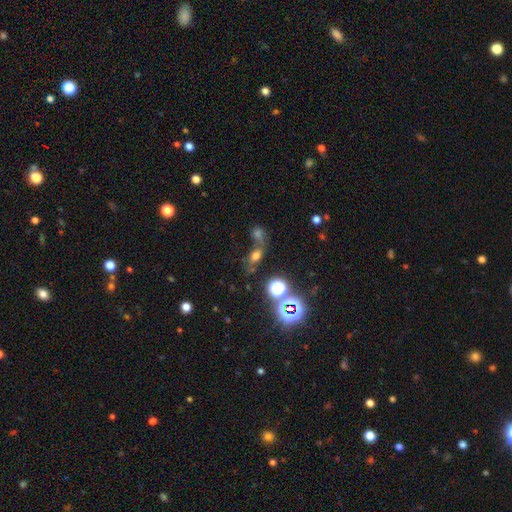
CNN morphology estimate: smooth_or_featured: smooth (p=0.56) [alt: star or artifact p=0.28]
how_rounded: in between (p=0.67) [alt: round p=0.29]
merging: merger (p=0.41) [alt: none p=0.37]